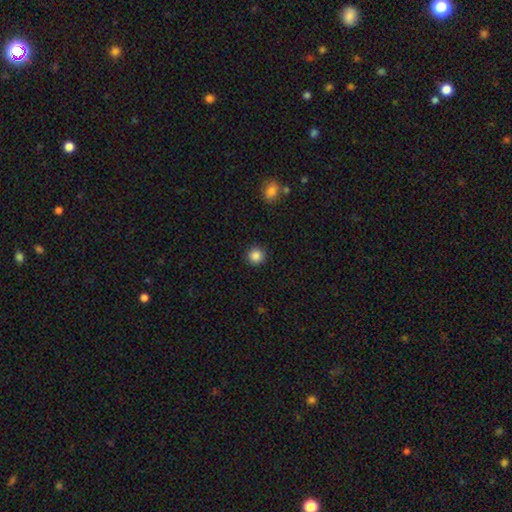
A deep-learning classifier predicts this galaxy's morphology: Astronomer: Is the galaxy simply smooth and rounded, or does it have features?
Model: smooth — 87%.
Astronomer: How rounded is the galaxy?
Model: round — 94%.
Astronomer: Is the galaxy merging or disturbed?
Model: none — 92%.